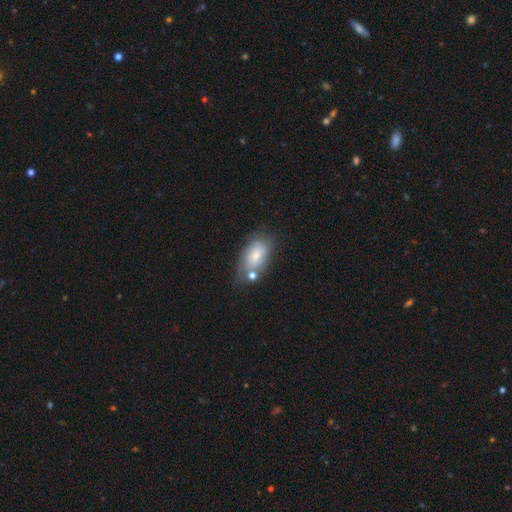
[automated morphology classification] Smooth or featured? smooth (60%)
How rounded? in between (91%)
Merging? none (47%)